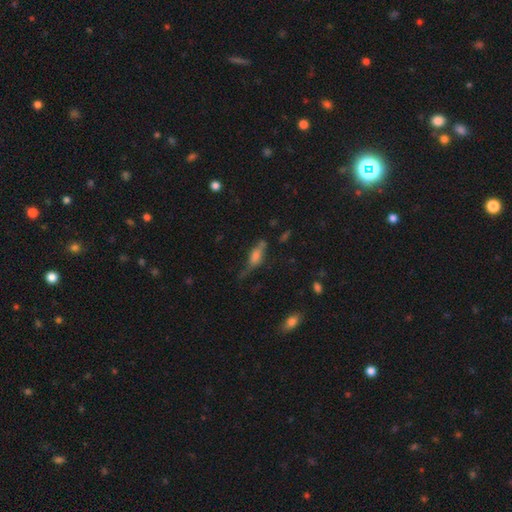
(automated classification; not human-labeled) Morphology: type=featured or disk (49%); merging=none (50%).